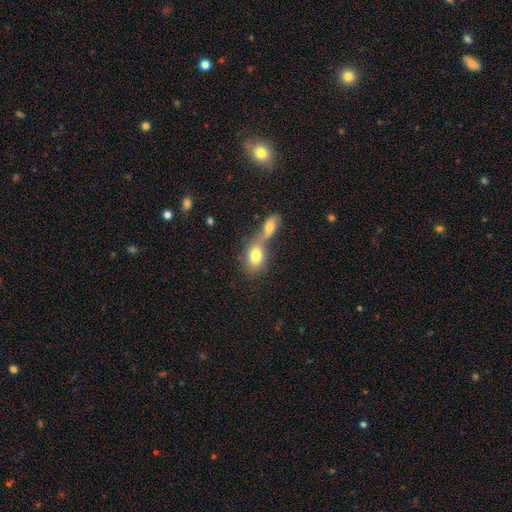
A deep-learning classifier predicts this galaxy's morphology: Smooth or featured?
  - smooth: 78% *
  - featured or disk: 14%
  - star or artifact: 8%
How rounded?
  - in between: 78% *
  - round: 19%
  - cigar-shaped: 3%
Merging?
  - merger: 60% *
  - none: 29%
  - minor disturbance: 8%
  - major disturbance: 4%